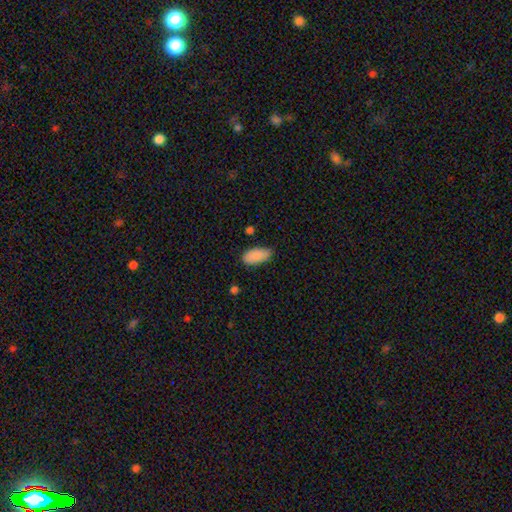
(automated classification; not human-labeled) This appears to be a smooth galaxy with no disk features (88%) that is in between round and cigar-shaped (92%). Merging: none (71%).